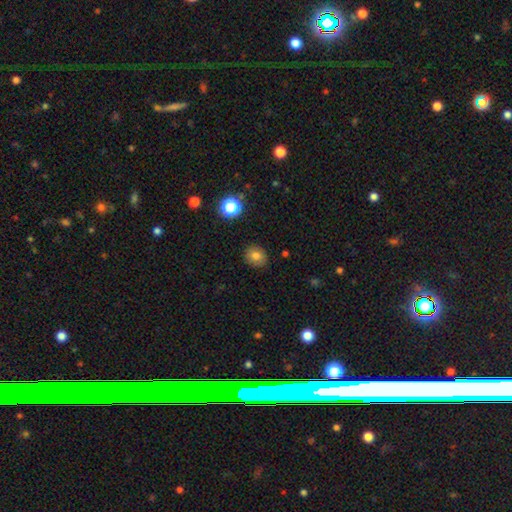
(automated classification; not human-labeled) A smooth galaxy with no disk features (78%) that is round (74%).

Vote fractions:
- Smooth or featured? smooth: 78% / star or artifact: 13% / featured or disk: 9%
- How rounded? round: 74% / in between: 25% / cigar-shaped: 1%
- Merging? none: 88% / minor disturbance: 9% / major disturbance: 2% / merger: 1%